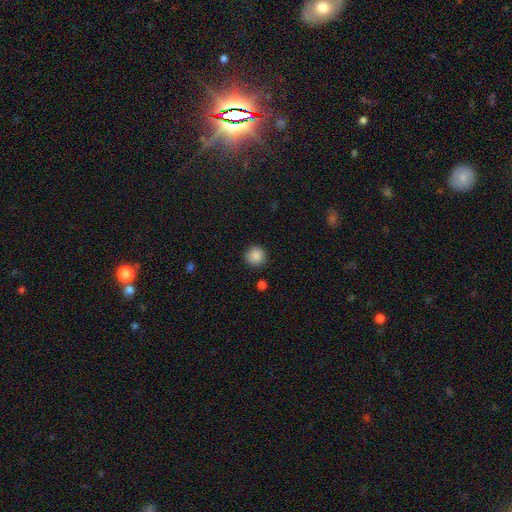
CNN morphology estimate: smooth 88%, star or artifact 9%, featured or disk 3%. Down the decision tree: how rounded — round (94%); merging — none (90%).